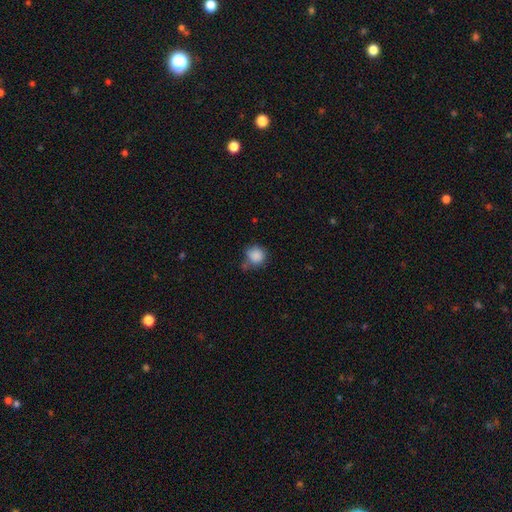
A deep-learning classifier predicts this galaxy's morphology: type=smooth (87%); roundness=round (88%); merging=none (60%).